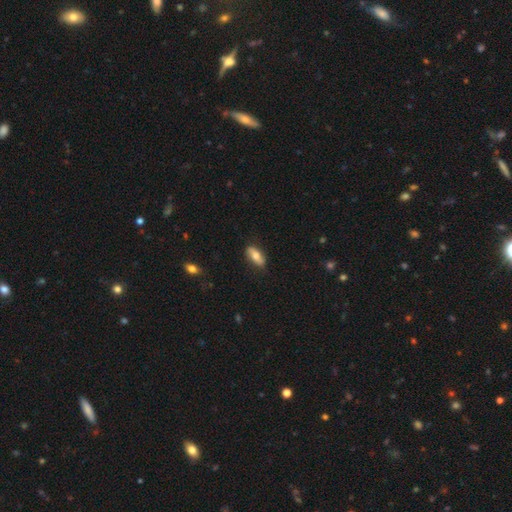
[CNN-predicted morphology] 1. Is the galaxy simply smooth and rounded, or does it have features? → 67% smooth, 27% featured or disk, 6% star or artifact.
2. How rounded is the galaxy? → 80% in between, 16% cigar-shaped, 4% round.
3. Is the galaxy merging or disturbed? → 83% none, 14% minor disturbance, 3% major disturbance, 1% merger.